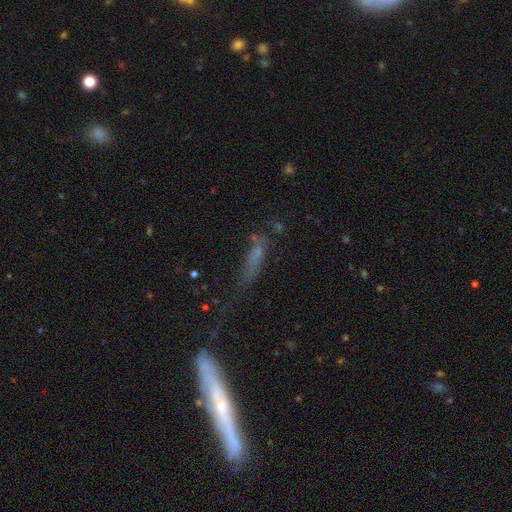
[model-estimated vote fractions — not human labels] A smooth galaxy with no disk features (51%) that is cigar-shaped (69%).

Vote fractions:
- Smooth or featured? smooth: 51% / featured or disk: 27% / star or artifact: 22%
- How rounded? cigar-shaped: 69% / in between: 27% / round: 4%
- Merging? none: 35% / major disturbance: 26% / minor disturbance: 21% / merger: 17%